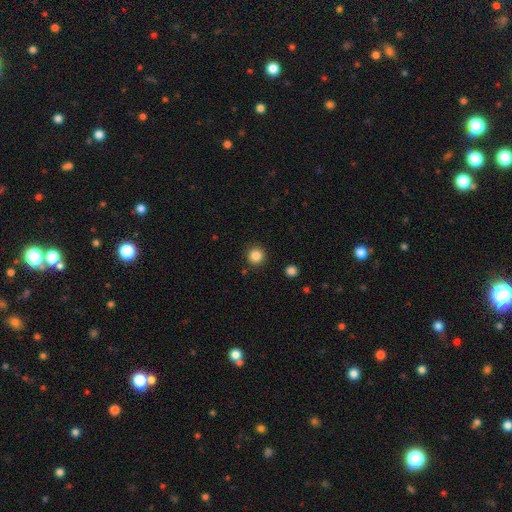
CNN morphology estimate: smooth-or-featured: smooth: 85% | star or artifact: 11% | featured or disk: 4%
  how-rounded: round: 95% | in between: 4% | cigar-shaped: 1%
  merging: none: 91% | minor disturbance: 5% | major disturbance: 2% | merger: 2%